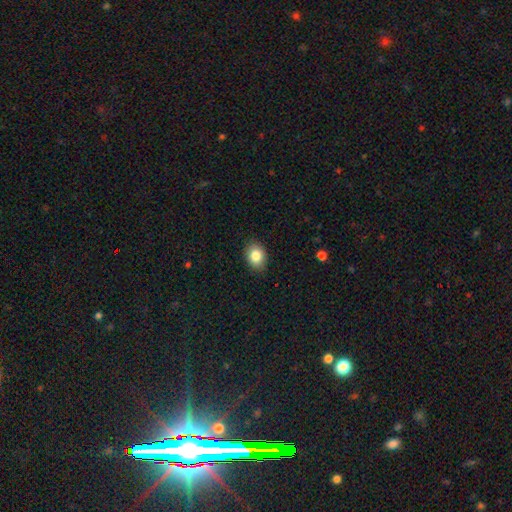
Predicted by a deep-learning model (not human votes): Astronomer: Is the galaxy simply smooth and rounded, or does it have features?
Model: smooth — 84%.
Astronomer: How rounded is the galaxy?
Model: in between — 64%.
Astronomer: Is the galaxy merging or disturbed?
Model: none — 88%.